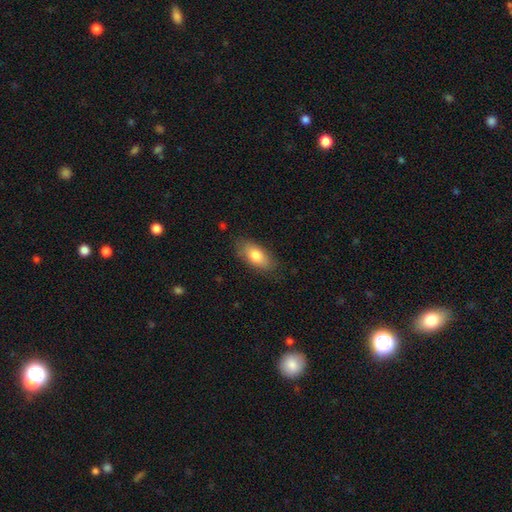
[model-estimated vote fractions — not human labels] A smooth galaxy with no disk features (78%) that is in between round and cigar-shaped (88%).

Vote fractions:
- Smooth or featured? smooth: 78% / featured or disk: 15% / star or artifact: 7%
- How rounded? in between: 88% / cigar-shaped: 8% / round: 4%
- Merging? none: 80% / minor disturbance: 15% / major disturbance: 4% / merger: 1%